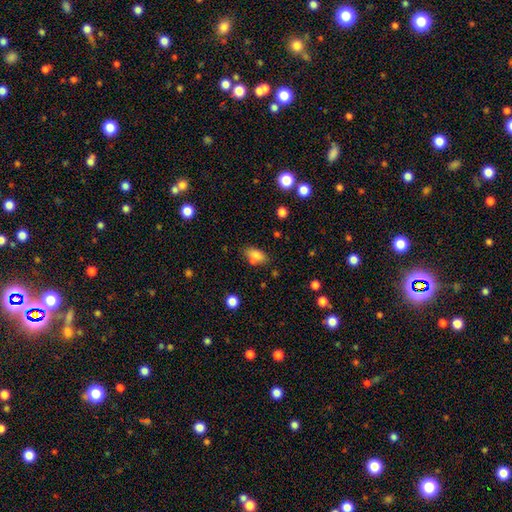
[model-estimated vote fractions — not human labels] smooth 77%, featured or disk 12%, star or artifact 11%. Down the decision tree: how rounded — in between (85%); merging — none (61%).